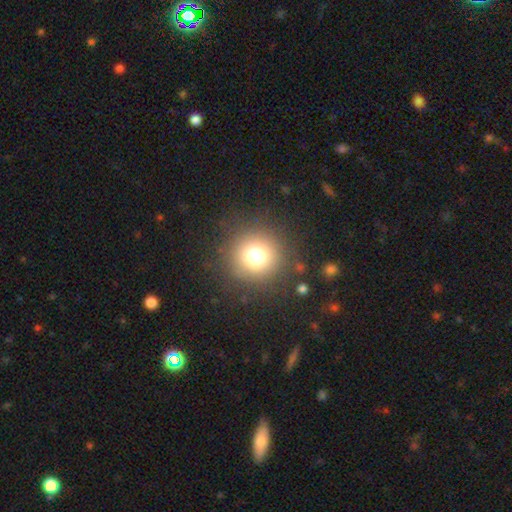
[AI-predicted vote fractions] smooth 74%, star or artifact 17%, featured or disk 10%. Down the decision tree: how rounded — round (95%); merging — none (87%).